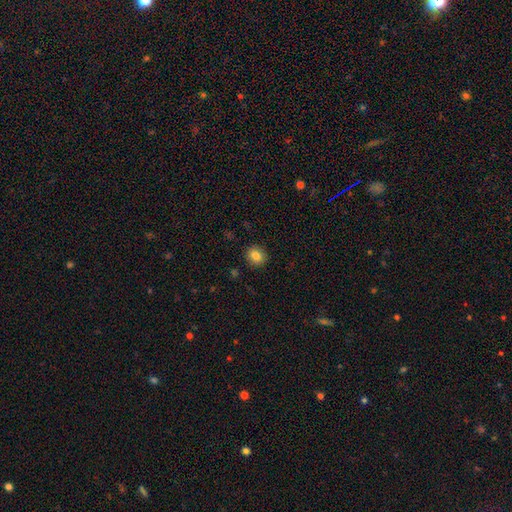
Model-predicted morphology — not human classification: Smooth or featured: smooth — 84% (star or artifact — 10%)
How rounded: round — 76% (in between — 23%)
Merging: none — 90% (minor disturbance — 7%)